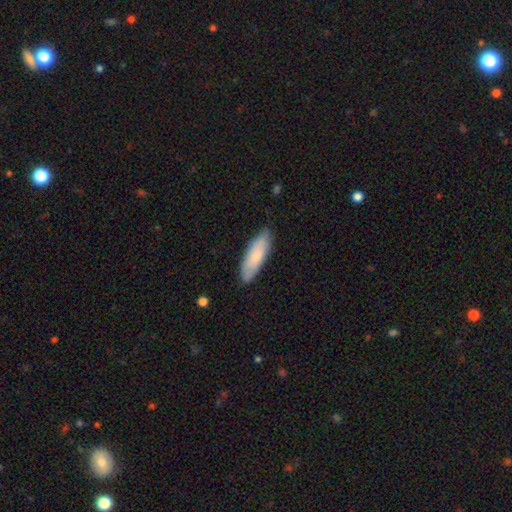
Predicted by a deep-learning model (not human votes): Smooth or featured? smooth (76%)
How rounded? in between (55%)
Merging? none (81%)